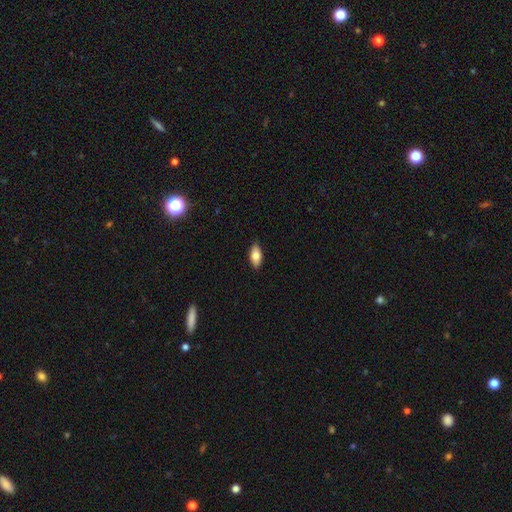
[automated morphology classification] The model was most divided on "smooth or featured": smooth: 80%, featured or disk: 13%, star or artifact: 7%. More confident: how rounded — in between (89%); merging — none (88%).